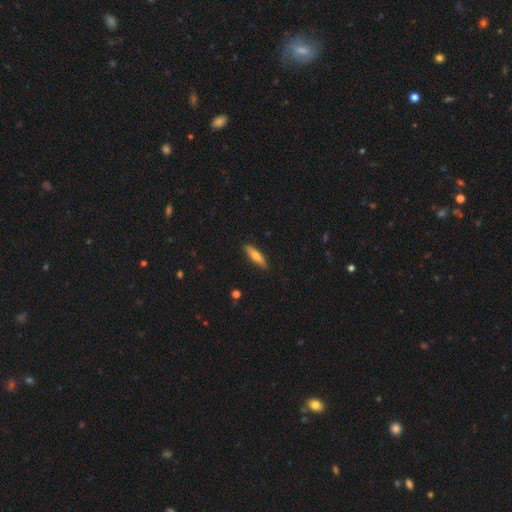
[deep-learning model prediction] A smooth galaxy with no disk features (64%) that is cigar-shaped (72%).

Vote fractions:
- Smooth or featured? smooth: 64% / featured or disk: 30% / star or artifact: 6%
- How rounded? cigar-shaped: 72% / in between: 26% / round: 2%
- Merging? none: 87% / minor disturbance: 10% / major disturbance: 2% / merger: 1%